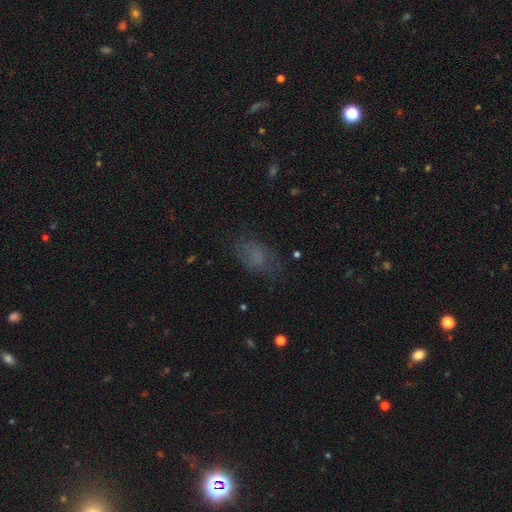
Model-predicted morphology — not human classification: Q: Smooth or featured?
A: smooth (61%); runner-up: featured or disk (22%)
Q: How rounded?
A: in between (85%); runner-up: round (11%)
Q: Merging?
A: none (63%); runner-up: minor disturbance (21%)